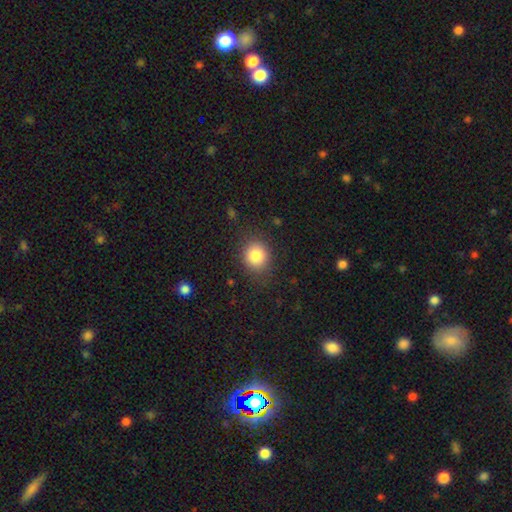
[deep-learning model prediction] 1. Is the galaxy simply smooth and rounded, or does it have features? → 84% smooth, 10% star or artifact, 6% featured or disk.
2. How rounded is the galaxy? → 77% round, 23% in between, 1% cigar-shaped.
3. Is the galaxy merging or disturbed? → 84% none, 11% minor disturbance, 4% major disturbance, 1% merger.